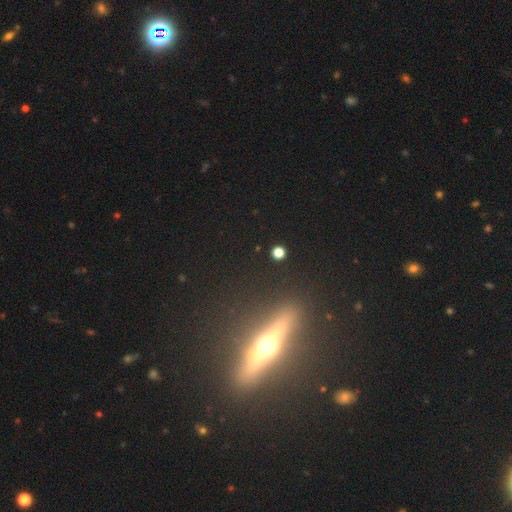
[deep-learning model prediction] Q: Smooth or featured?
A: featured or disk (74%); runner-up: smooth (15%)
Q: Edge-on disk?
A: yes (94%); runner-up: no (6%)
Q: Edge-on bulge?
A: rounded (95%); runner-up: none (3%)
Q: Merging?
A: none (87%); runner-up: minor disturbance (8%)